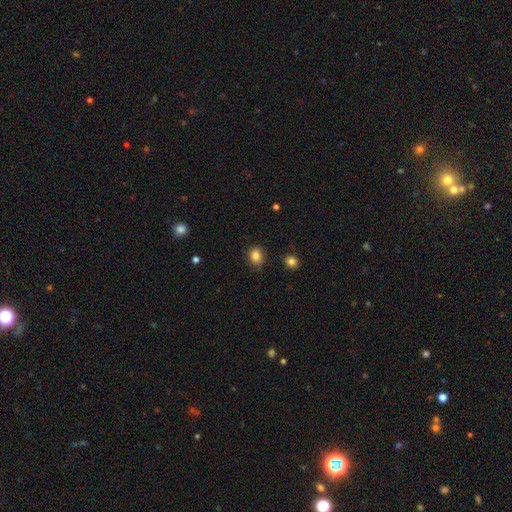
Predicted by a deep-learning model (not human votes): A smooth galaxy with no disk features (84%) that is round (52%). Merging: none (78%).